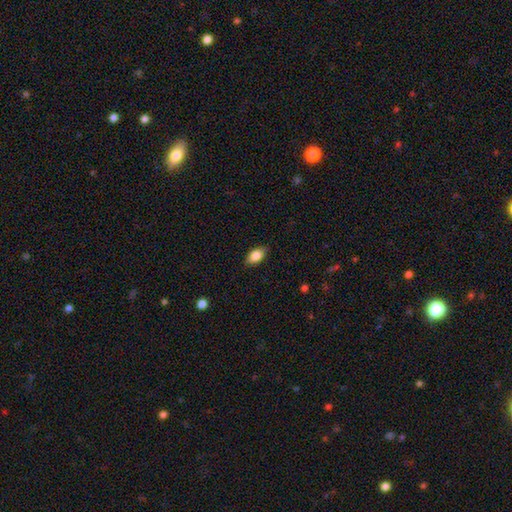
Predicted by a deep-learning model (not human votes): A smooth galaxy with no disk features (84%) that is in between round and cigar-shaped (90%). Merging: none (86%).